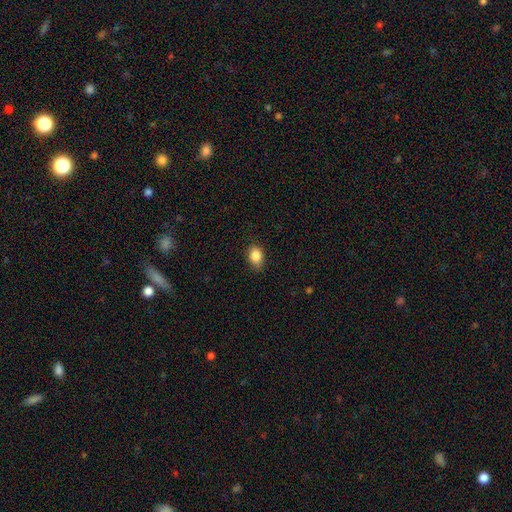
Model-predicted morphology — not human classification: type=smooth (87%); roundness=in between (68%); merging=none (80%).